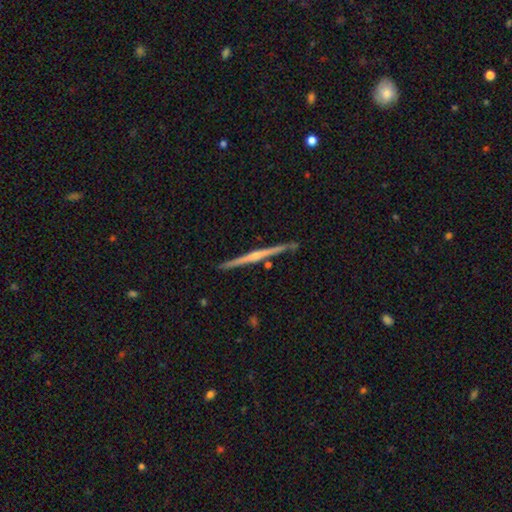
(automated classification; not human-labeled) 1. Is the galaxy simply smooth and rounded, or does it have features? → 78% featured or disk, 15% smooth, 7% star or artifact.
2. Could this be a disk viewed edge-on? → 98% yes, 2% no.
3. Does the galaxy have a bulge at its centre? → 63% rounded, 29% none, 8% boxy.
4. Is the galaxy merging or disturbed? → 90% none, 7% minor disturbance, 2% merger, 2% major disturbance.